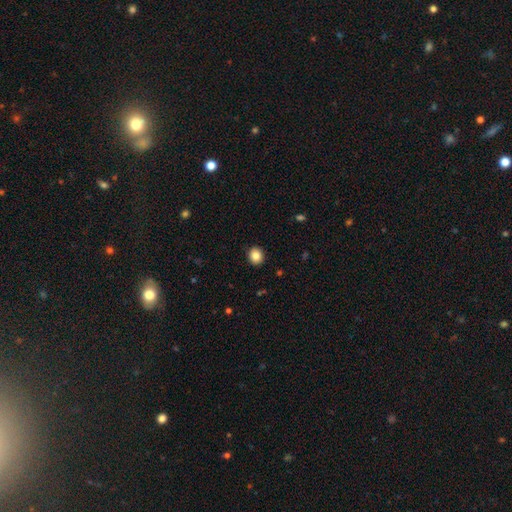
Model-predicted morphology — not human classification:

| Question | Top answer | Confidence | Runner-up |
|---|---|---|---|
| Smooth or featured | smooth | 85% | star or artifact (9%) |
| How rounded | round | 78% | in between (21%) |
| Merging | none | 91% | minor disturbance (6%) |